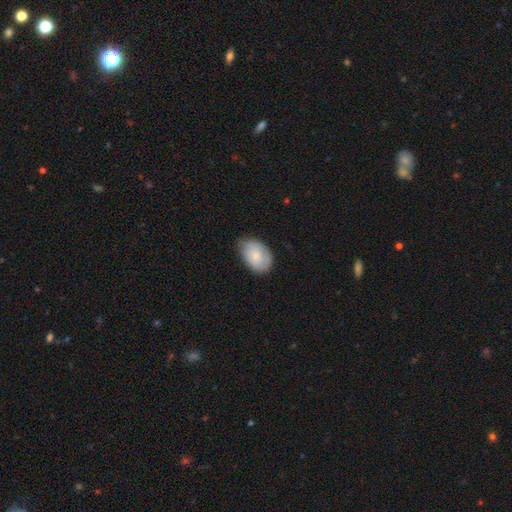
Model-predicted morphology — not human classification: A smooth galaxy with no disk features (76%) that is in between round and cigar-shaped (84%).

Vote fractions:
- Smooth or featured? smooth: 76% / featured or disk: 18% / star or artifact: 6%
- How rounded? in between: 84% / round: 15% / cigar-shaped: 1%
- Merging? none: 62% / minor disturbance: 31% / major disturbance: 5% / merger: 1%